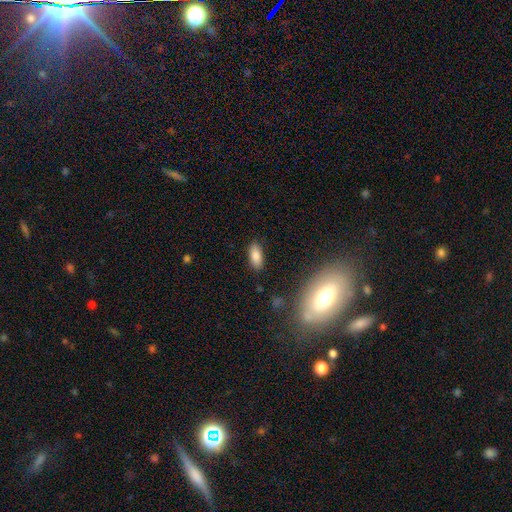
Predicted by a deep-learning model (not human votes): Overall: smooth (84%). How rounded: in between (87%). Merging: none (86%).